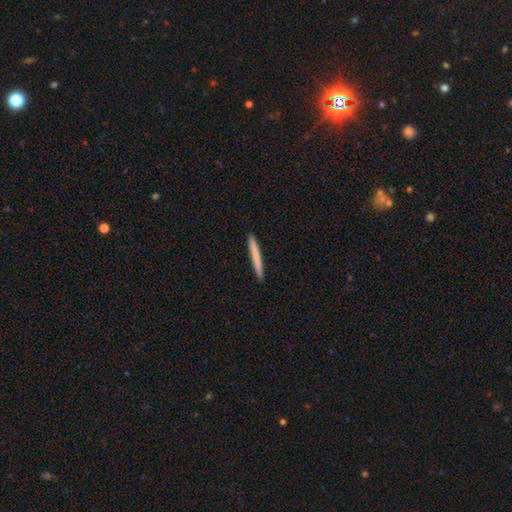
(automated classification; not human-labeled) A smooth galaxy with no disk features (72%) that is cigar-shaped (97%). Merging: none (93%).